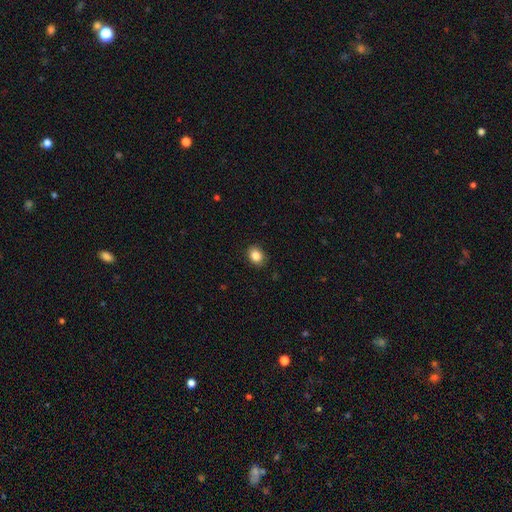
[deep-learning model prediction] The model was most divided on "how rounded": in between: 54%, round: 46%, cigar-shaped: 1%. More confident: merging — none (89%); smooth or featured — smooth (86%).